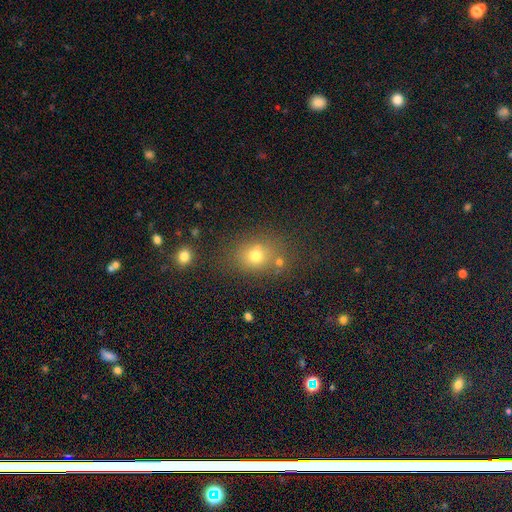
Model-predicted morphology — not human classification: Smooth or featured?
  - smooth: 70% *
  - star or artifact: 20%
  - featured or disk: 11%
How rounded?
  - round: 59% *
  - in between: 40%
  - cigar-shaped: 1%
Merging?
  - none: 71% *
  - minor disturbance: 13%
  - merger: 11%
  - major disturbance: 5%